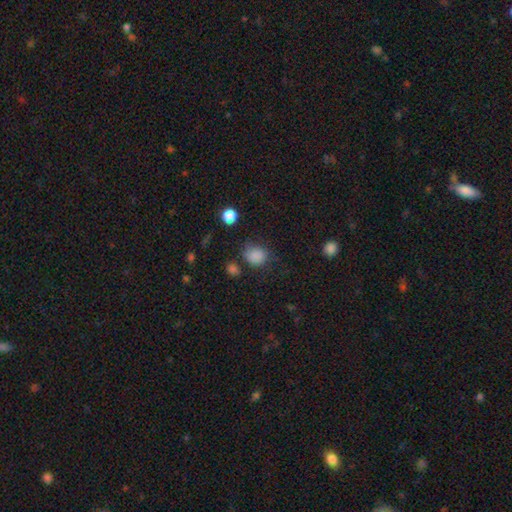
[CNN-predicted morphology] Smooth or featured? smooth (83%)
How rounded? round (67%)
Merging? none (66%)